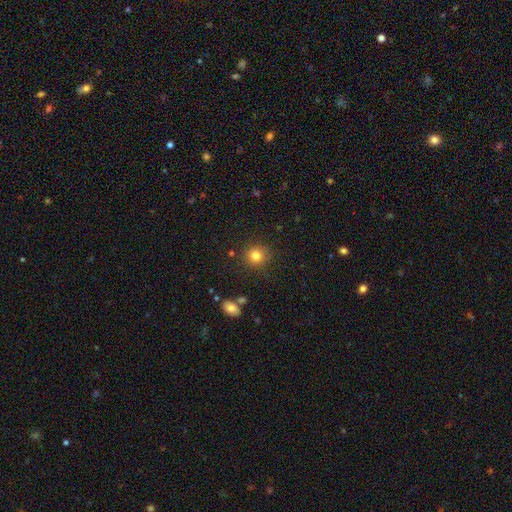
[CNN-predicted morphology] This is clearly a smooth galaxy (81%). How rounded: clearly round (90%). Merging: clearly none (88%).